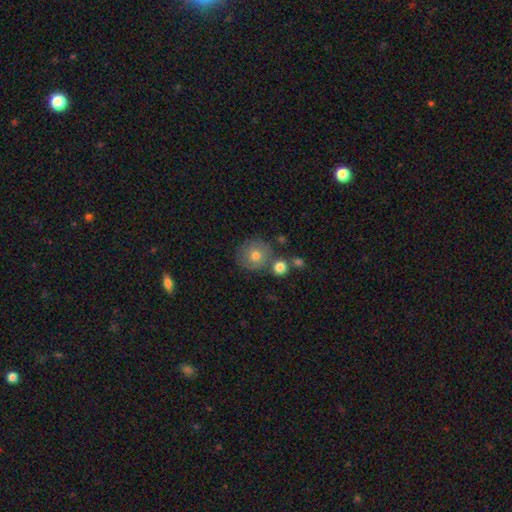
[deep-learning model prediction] Overall: smooth (73%). How rounded: round (90%). Merging: none (69%).